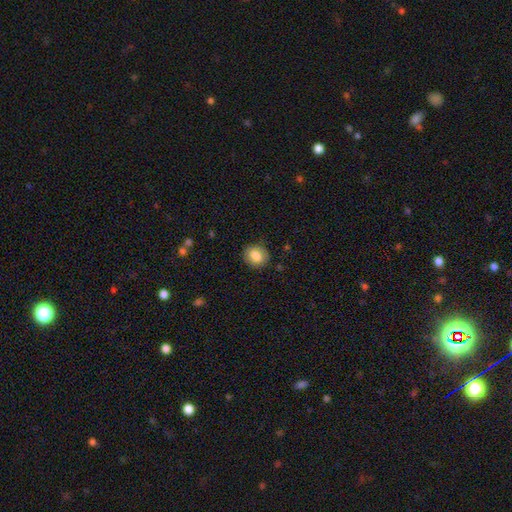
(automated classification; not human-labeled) A smooth galaxy with no disk features (83%) that is round (66%).

Vote fractions:
- Smooth or featured? smooth: 83% / featured or disk: 9% / star or artifact: 8%
- How rounded? round: 66% / in between: 33% / cigar-shaped: 1%
- Merging? none: 85% / minor disturbance: 11% / major disturbance: 3% / merger: 1%